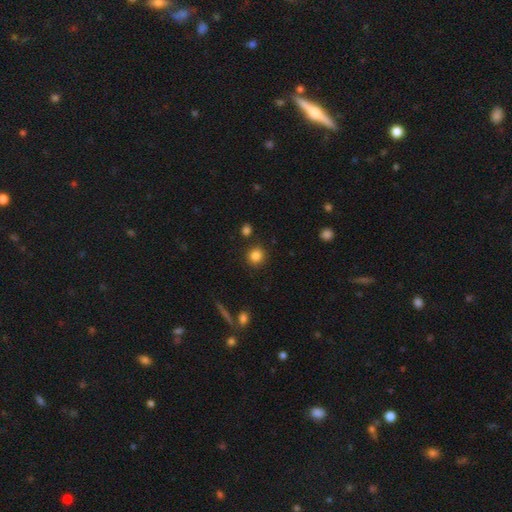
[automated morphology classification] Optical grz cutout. It shows a smooth galaxy with no disk features (85%) that is round (89%). Merging: none (88%).